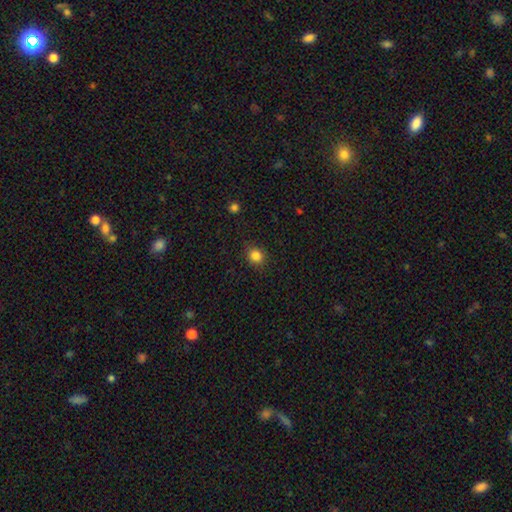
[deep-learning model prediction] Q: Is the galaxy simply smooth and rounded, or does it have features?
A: smooth — 84%.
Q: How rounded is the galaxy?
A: round — 77%.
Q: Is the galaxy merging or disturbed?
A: none — 87%.